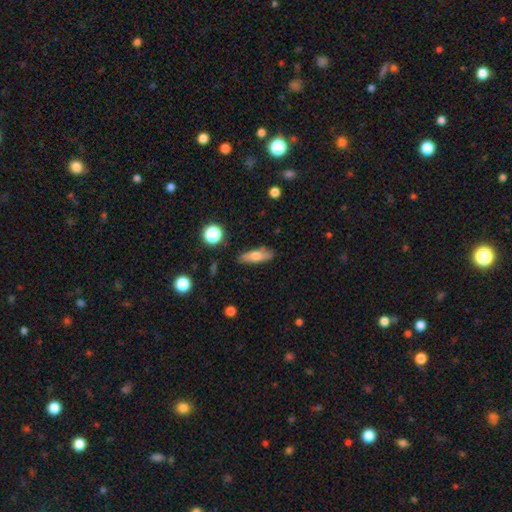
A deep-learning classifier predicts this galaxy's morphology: Q: Smooth or featured?
A: smooth (66%); runner-up: featured or disk (27%)
Q: How rounded?
A: in between (52%); runner-up: cigar-shaped (43%)
Q: Merging?
A: none (80%); runner-up: minor disturbance (14%)